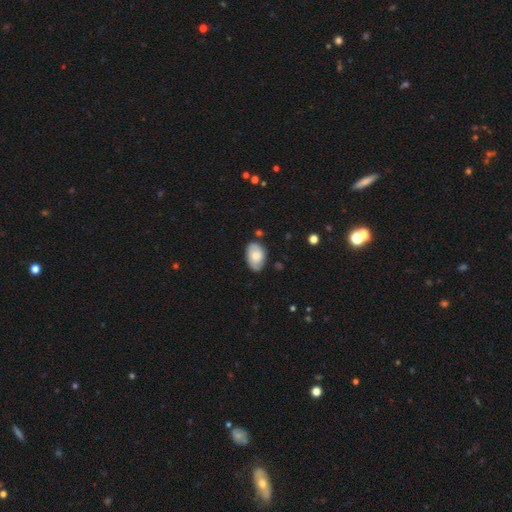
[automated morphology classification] Smooth or featured? Predicted: smooth (p=0.69). How rounded? Predicted: in between (p=0.91). Merging? Predicted: none (p=0.73).